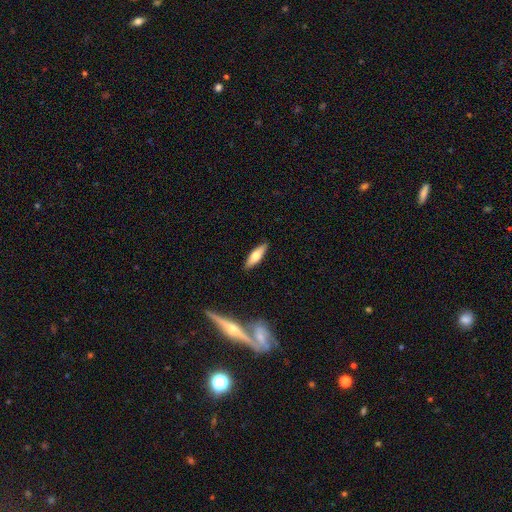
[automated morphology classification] Smooth or featured? smooth (64%)
How rounded? in between (50%)
Merging? none (88%)